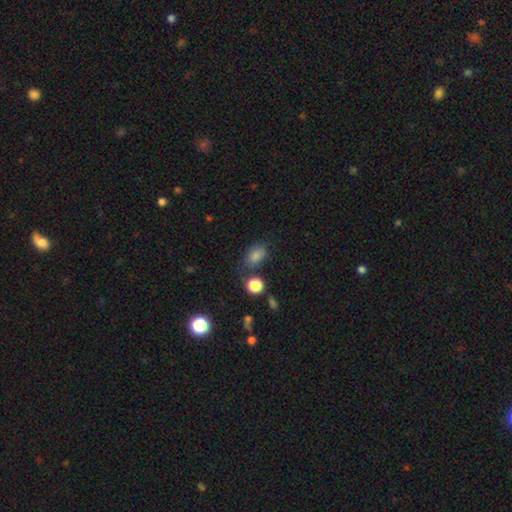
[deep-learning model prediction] Smooth or featured: smooth — 77% (star or artifact — 16%)
How rounded: in between — 75% (round — 24%)
Merging: none — 71% (minor disturbance — 17%)